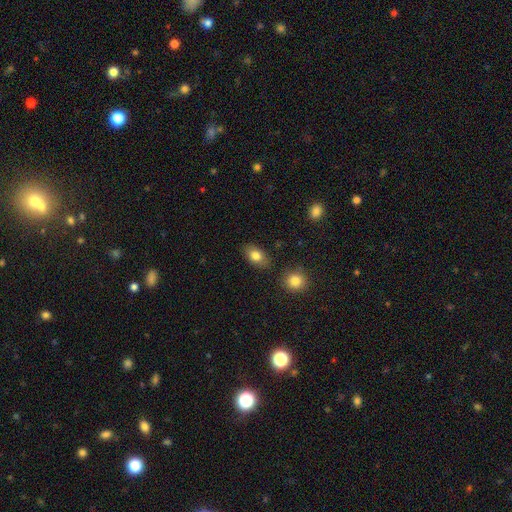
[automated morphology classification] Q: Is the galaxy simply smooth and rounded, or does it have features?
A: smooth — 80%.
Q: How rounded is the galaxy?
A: in between — 86%.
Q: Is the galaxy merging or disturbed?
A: none — 83%.